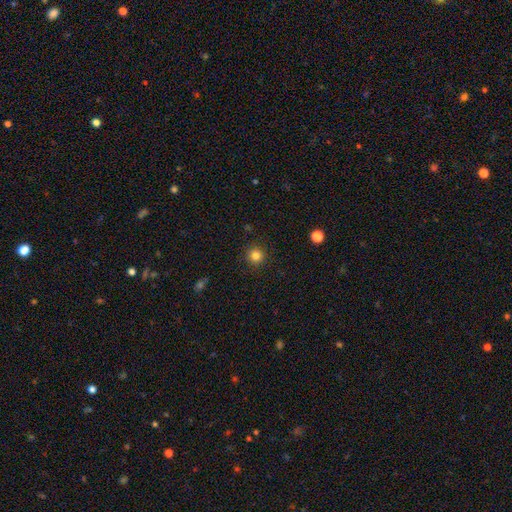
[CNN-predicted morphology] This is clearly a smooth galaxy (83%). How rounded: clearly round (95%). Merging: clearly none (92%).